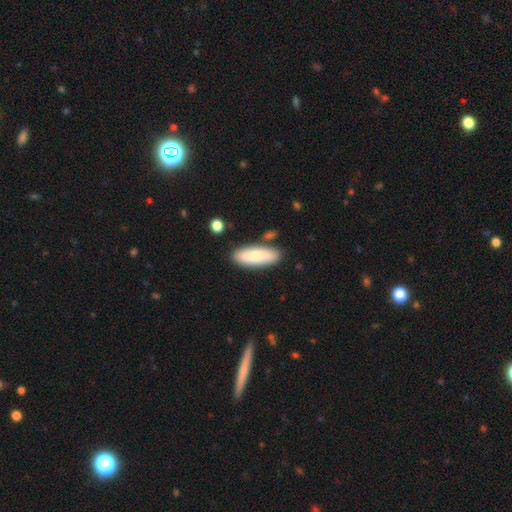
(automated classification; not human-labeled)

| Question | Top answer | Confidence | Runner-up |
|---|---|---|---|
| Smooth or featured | smooth | 76% | featured or disk (18%) |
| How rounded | in between | 70% | cigar-shaped (28%) |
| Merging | none | 81% | minor disturbance (12%) |